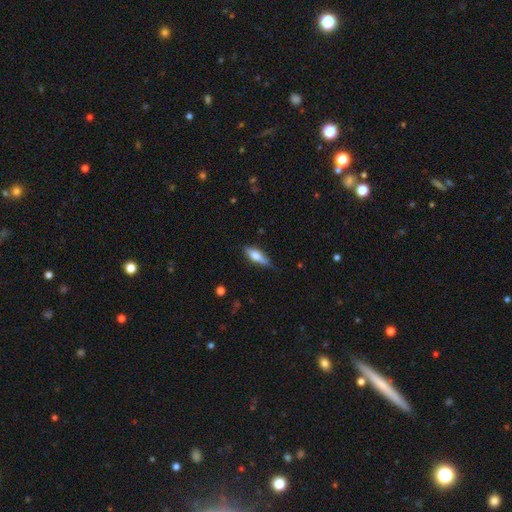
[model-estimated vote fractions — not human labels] smooth 64%, featured or disk 29%, star or artifact 6%. Down the decision tree: how rounded — in between (52%); merging — none (73%).